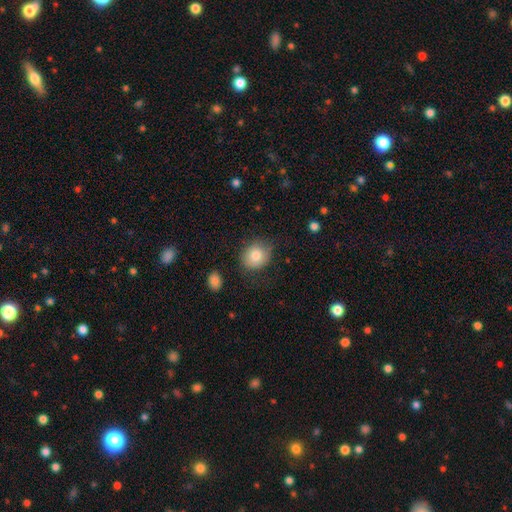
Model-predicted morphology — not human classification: The model was most divided on "how rounded": round: 74%, in between: 25%, cigar-shaped: 1%. More confident: smooth or featured — smooth (81%); merging — none (73%).